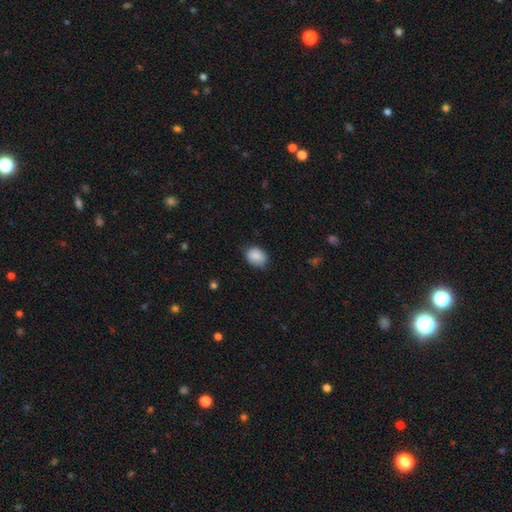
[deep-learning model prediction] smooth 87%, star or artifact 7%, featured or disk 5%. Down the decision tree: how rounded — in between (64%); merging — none (73%).